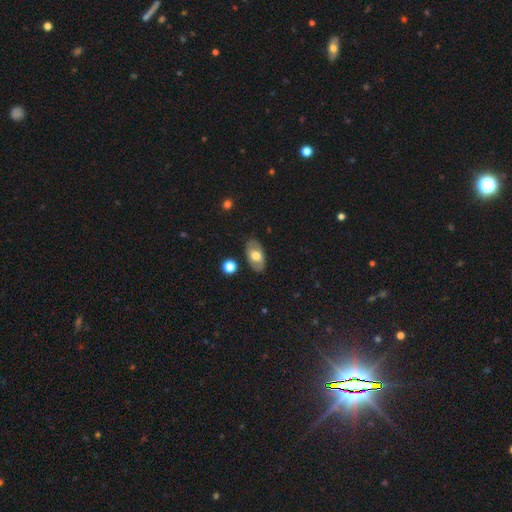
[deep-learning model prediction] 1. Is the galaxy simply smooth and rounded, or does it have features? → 60% smooth, 34% featured or disk, 7% star or artifact.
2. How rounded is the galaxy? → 92% in between, 5% round, 3% cigar-shaped.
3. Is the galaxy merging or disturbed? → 84% none, 11% minor disturbance, 3% major disturbance, 2% merger.